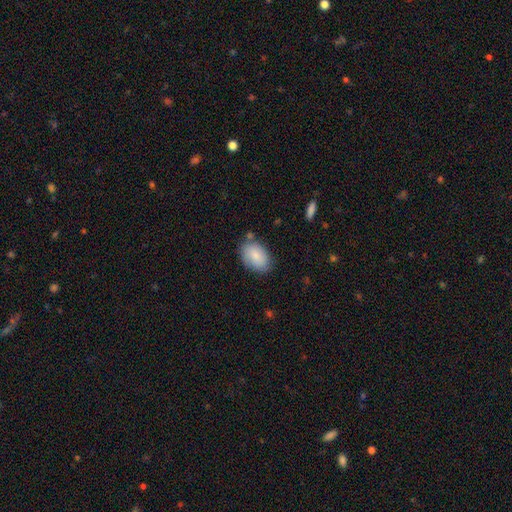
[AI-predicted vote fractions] A smooth galaxy with no disk features (83%) that is in between round and cigar-shaped (87%).

Vote fractions:
- Smooth or featured? smooth: 83% / featured or disk: 11% / star or artifact: 6%
- How rounded? in between: 87% / round: 11% / cigar-shaped: 1%
- Merging? none: 73% / minor disturbance: 19% / merger: 4% / major disturbance: 4%